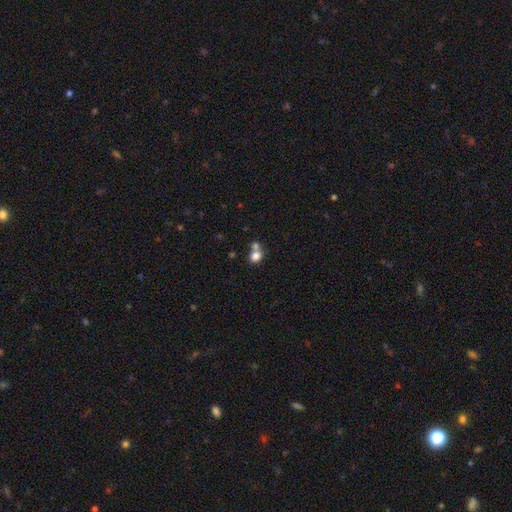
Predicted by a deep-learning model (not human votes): Morphology: type=smooth (79%); roundness=round (68%); merging=merger (47%).